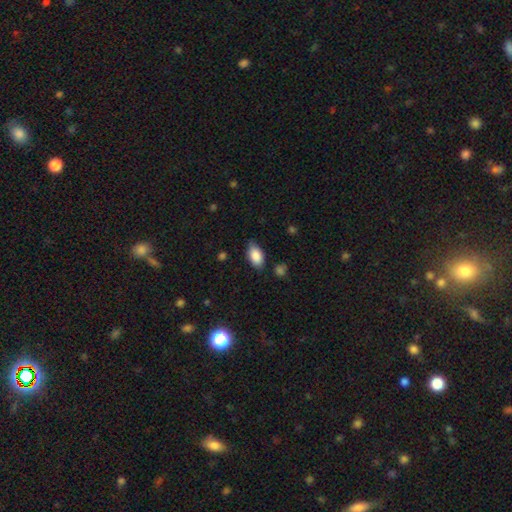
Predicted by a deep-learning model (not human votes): A smooth galaxy with no disk features (87%) that is in between round and cigar-shaped (93%).

Vote fractions:
- Smooth or featured? smooth: 87% / star or artifact: 7% / featured or disk: 6%
- How rounded? in between: 93% / round: 4% / cigar-shaped: 3%
- Merging? none: 77% / minor disturbance: 18% / major disturbance: 3% / merger: 2%